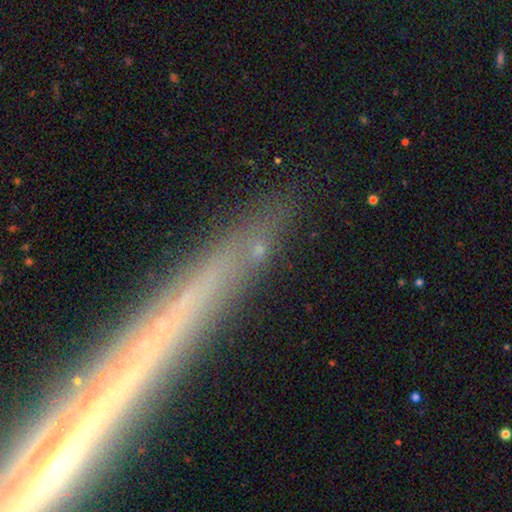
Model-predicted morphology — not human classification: Smooth or featured: smooth — 37% (featured or disk — 32%)
Merging: none — 75% (minor disturbance — 14%)